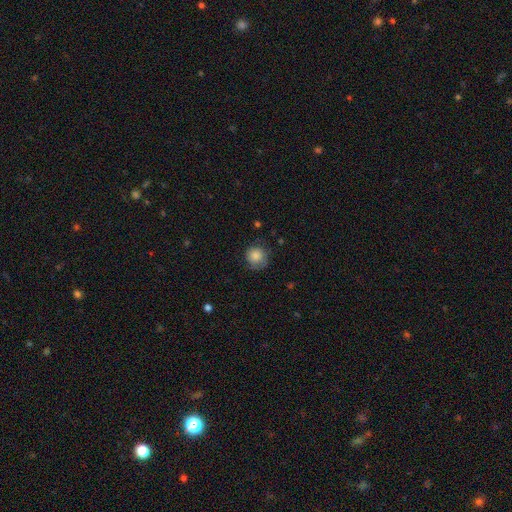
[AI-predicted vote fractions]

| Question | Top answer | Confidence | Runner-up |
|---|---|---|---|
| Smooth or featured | smooth | 79% | featured or disk (13%) |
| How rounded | round | 89% | in between (10%) |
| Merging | none | 69% | minor disturbance (22%) |